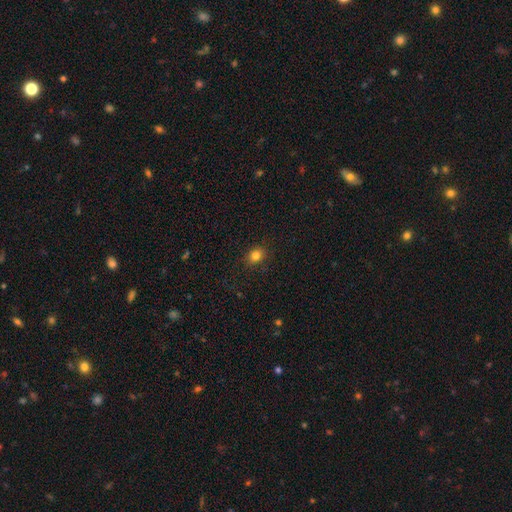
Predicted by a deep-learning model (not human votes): smooth 83%, star or artifact 12%, featured or disk 5%. Down the decision tree: how rounded — round (57%); merging — none (88%).